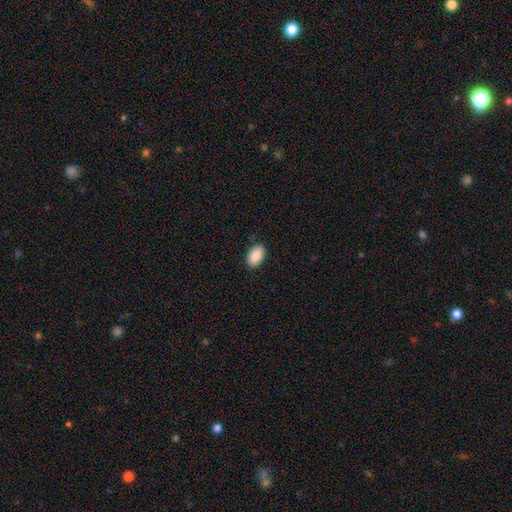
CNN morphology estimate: A smooth galaxy with no disk features (88%) that is in between round and cigar-shaped (93%).

Vote fractions:
- Smooth or featured? smooth: 88% / star or artifact: 7% / featured or disk: 5%
- How rounded? in between: 93% / round: 6% / cigar-shaped: 1%
- Merging? none: 88% / minor disturbance: 9% / major disturbance: 2% / merger: 1%